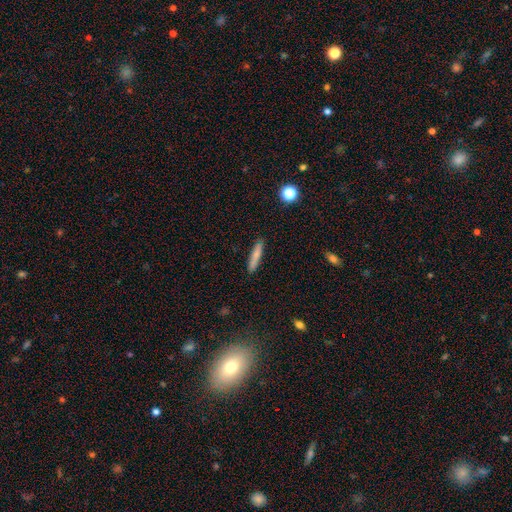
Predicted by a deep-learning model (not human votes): smooth_or_featured: smooth (p=0.74) [alt: featured or disk p=0.19]
how_rounded: cigar-shaped (p=0.89) [alt: in between p=0.09]
merging: none (p=0.88) [alt: minor disturbance p=0.08]